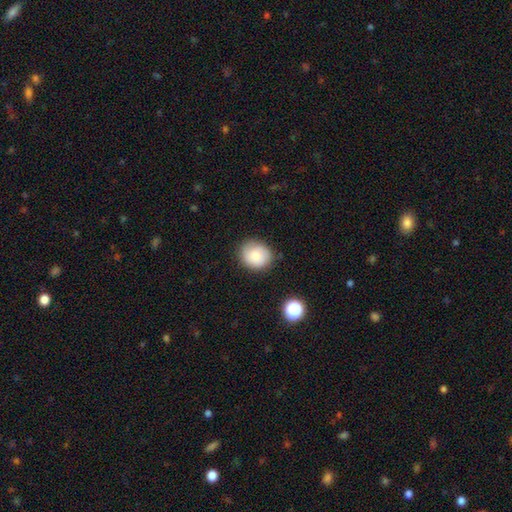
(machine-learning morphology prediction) This appears to be a smooth galaxy with no disk features (75%) that is round (76%). Merging: none (80%).